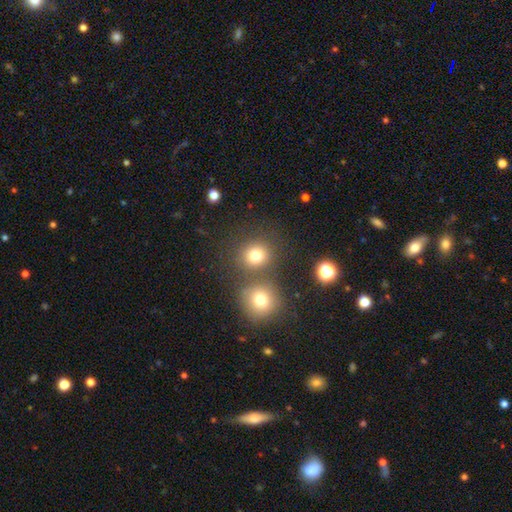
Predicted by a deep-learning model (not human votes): Overall: smooth (76%). How rounded: round (87%). Merging: none (67%).